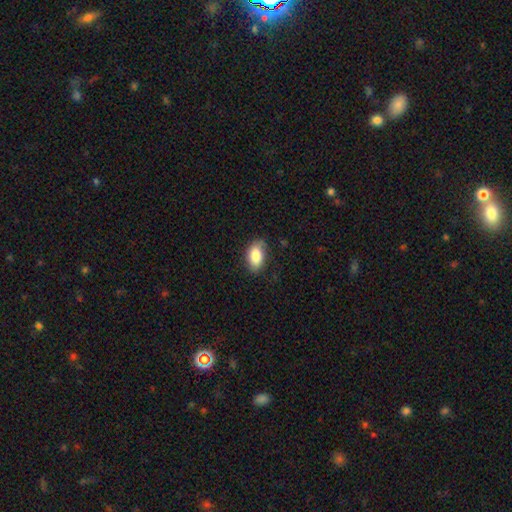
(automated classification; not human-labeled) A smooth galaxy with no disk features (85%) that is in between round and cigar-shaped (91%). Merging: none (78%).